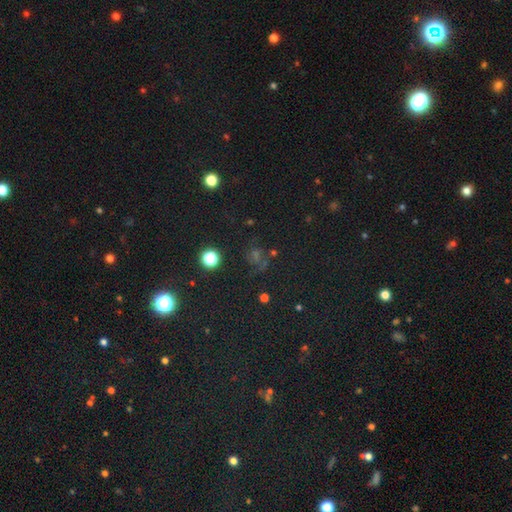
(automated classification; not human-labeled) The model was most divided on "smooth or featured": star or artifact: 52%, smooth: 37%, featured or disk: 11%.